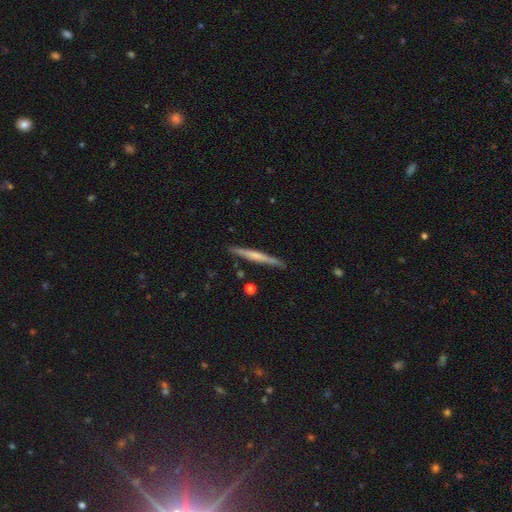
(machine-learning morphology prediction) The model was most divided on "smooth or featured": featured or disk: 53%, smooth: 42%, star or artifact: 5%. More confident: edge-on disk — yes (97%); merging — none (87%); edge-on bulge — none (58%).